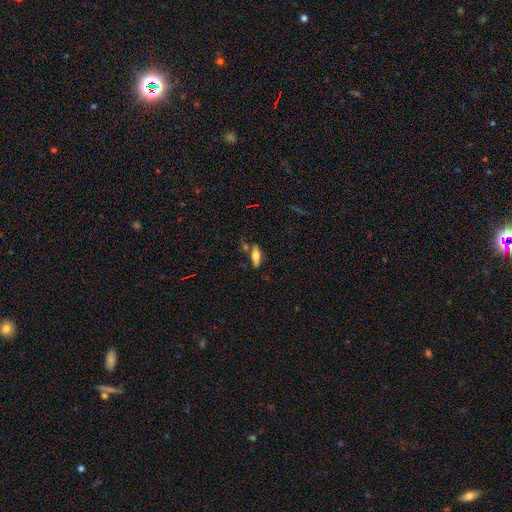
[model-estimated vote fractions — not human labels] A smooth galaxy with no disk features (67%) that is in between round and cigar-shaped (66%). Merging: none (66%).